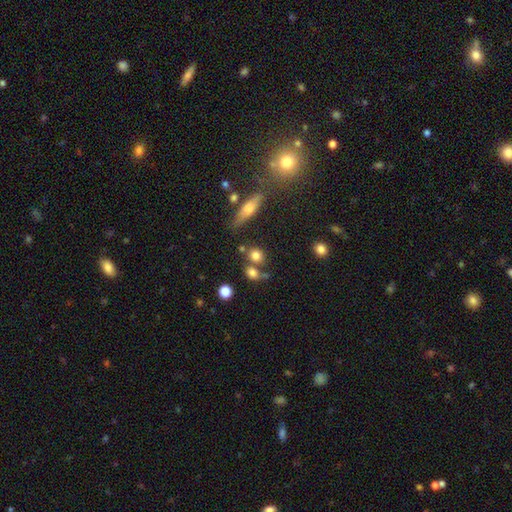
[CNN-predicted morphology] smooth 77%, star or artifact 12%, featured or disk 11%. Down the decision tree: how rounded — round (70%); merging — none (56%).